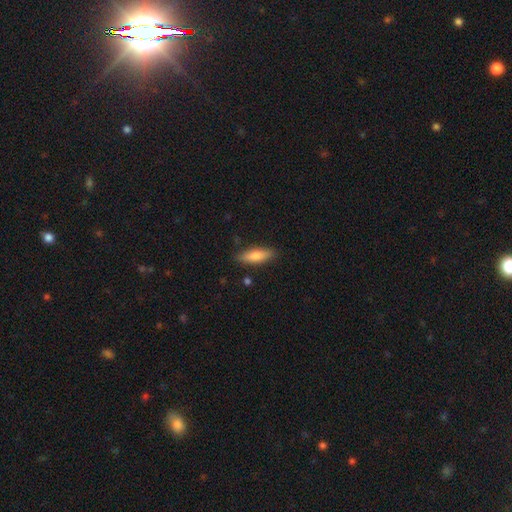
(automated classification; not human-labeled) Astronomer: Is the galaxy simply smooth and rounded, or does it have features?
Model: smooth — 76%.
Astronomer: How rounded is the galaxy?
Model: cigar-shaped — 55% (runner-up: in between, 43%).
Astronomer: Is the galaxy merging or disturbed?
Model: none — 85%.